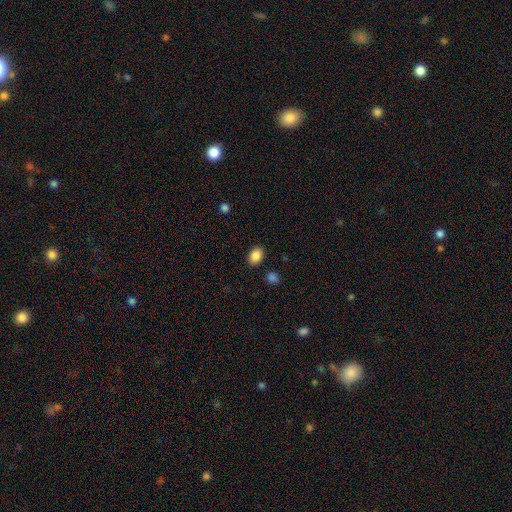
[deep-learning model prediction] Overall: smooth (87%). How rounded: in between (71%). Merging: none (87%).